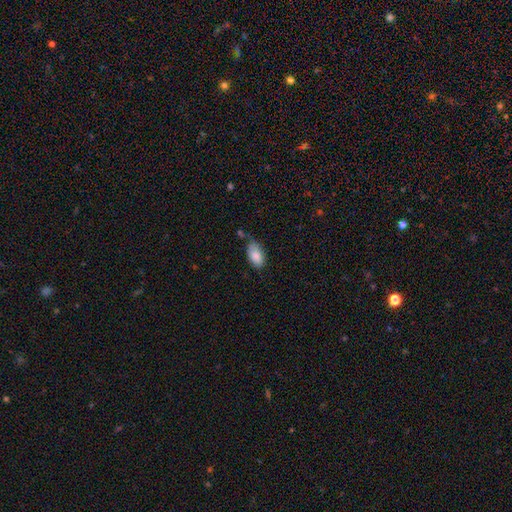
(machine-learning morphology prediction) smooth 84%, featured or disk 9%, star or artifact 7%. Down the decision tree: how rounded — in between (94%); merging — none (52%).